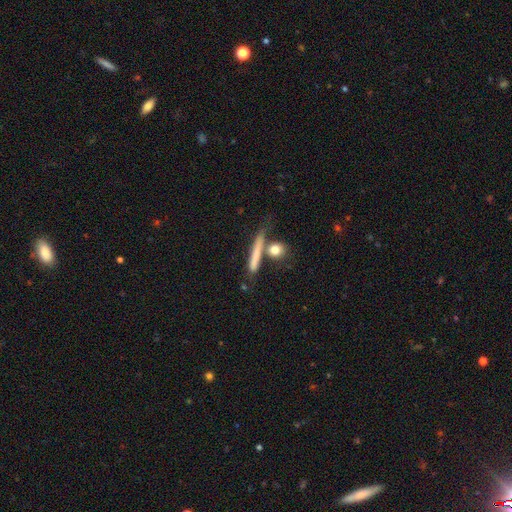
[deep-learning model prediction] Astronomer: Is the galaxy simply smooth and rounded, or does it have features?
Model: smooth — 67%.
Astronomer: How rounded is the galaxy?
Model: cigar-shaped — 75%.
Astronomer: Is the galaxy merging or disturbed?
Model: none — 63%.